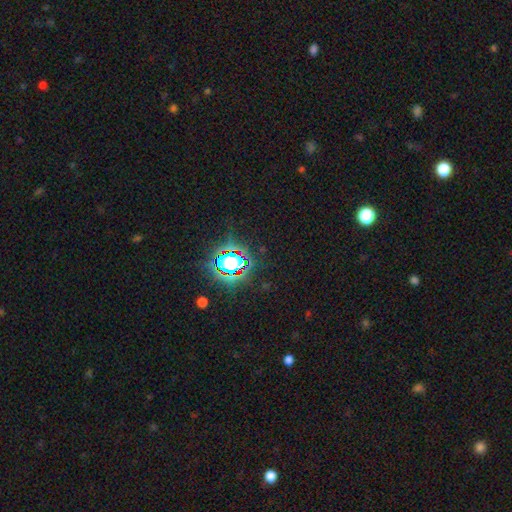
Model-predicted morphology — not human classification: This is clearly a star or artifact rather than a galaxy (81%).